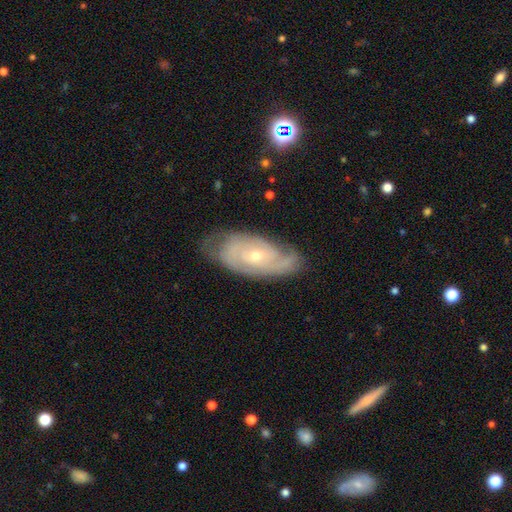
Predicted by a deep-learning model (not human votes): Overall: featured or disk (80%). Edge-on disk: no (93%). Bar: no (72%). Spiral arms: yes (93%). Spiral arm count: can't tell (35%; 2 32%). Spiral winding: tight (62%; medium 30%). Bulge size: small (63%; moderate 34%). Merging: none (68%).